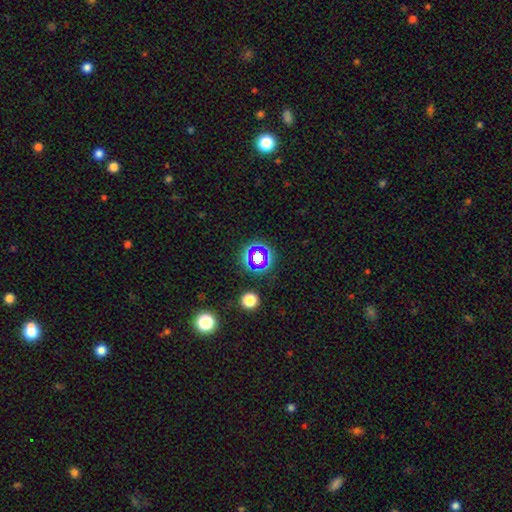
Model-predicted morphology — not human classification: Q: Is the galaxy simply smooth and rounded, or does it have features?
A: star or artifact — 55%.